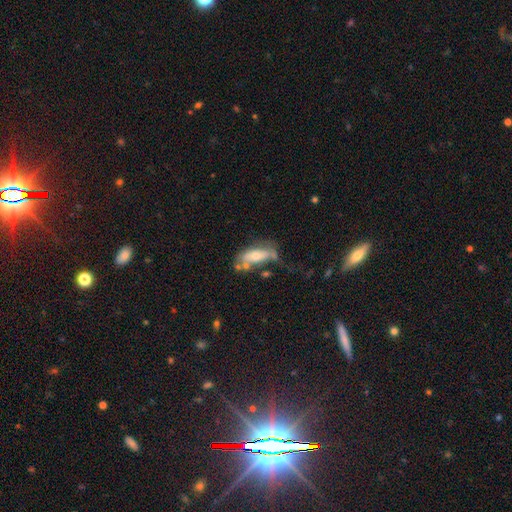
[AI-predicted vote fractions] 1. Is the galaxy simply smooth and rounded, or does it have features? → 48% featured or disk, 44% smooth, 8% star or artifact.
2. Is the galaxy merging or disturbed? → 33% none, 26% minor disturbance, 24% major disturbance, 17% merger.